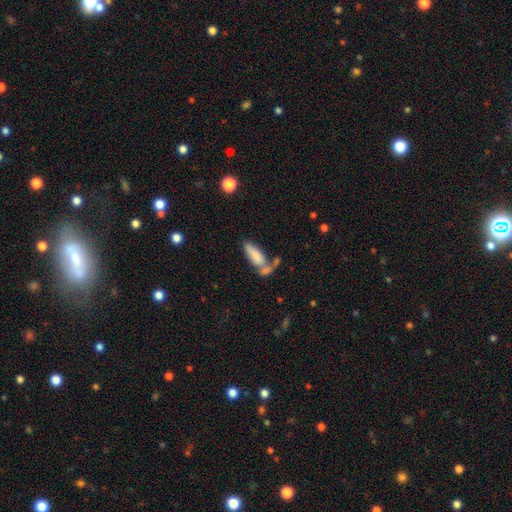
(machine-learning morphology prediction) The model was most divided on "merging": merger: 44%, none: 33%, minor disturbance: 15%, major disturbance: 9%. More confident: smooth or featured — smooth (76%); how rounded — in between (63%).